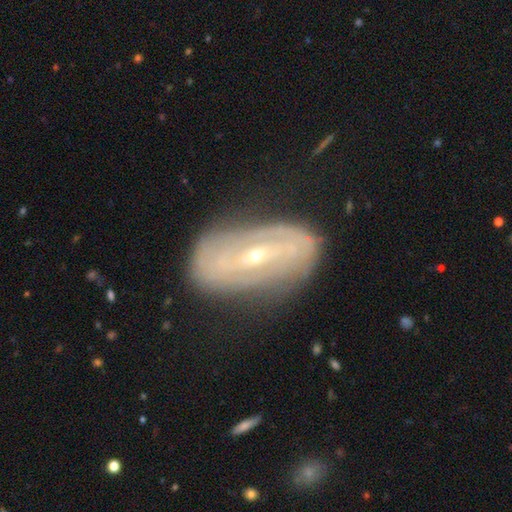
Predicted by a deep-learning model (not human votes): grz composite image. It shows a featured or disk galaxy (81%) with a strong bar (40%), 2 (45%) tight (58%) spiral arms (77%) and a small central bulge (66%). Merging: none (75%).